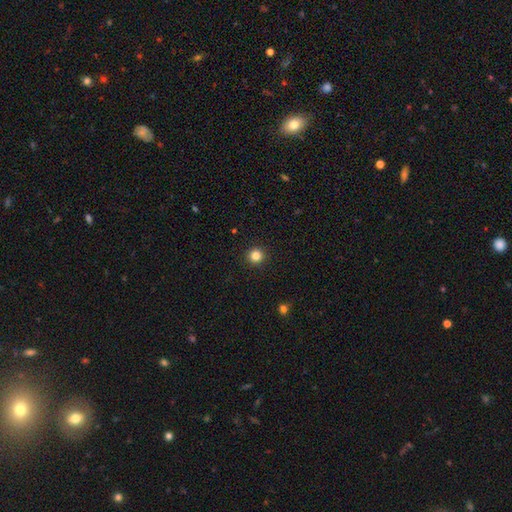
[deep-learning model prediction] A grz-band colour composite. It shows a smooth galaxy with no disk features (83%) that is round (95%). Merging: none (93%).